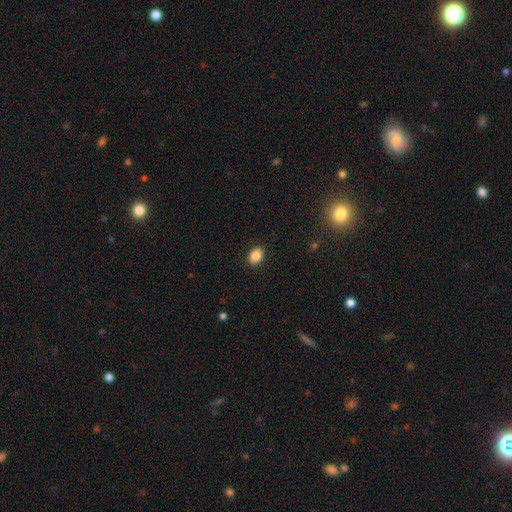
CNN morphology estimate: type=smooth (86%); roundness=in between (66%); merging=none (90%).